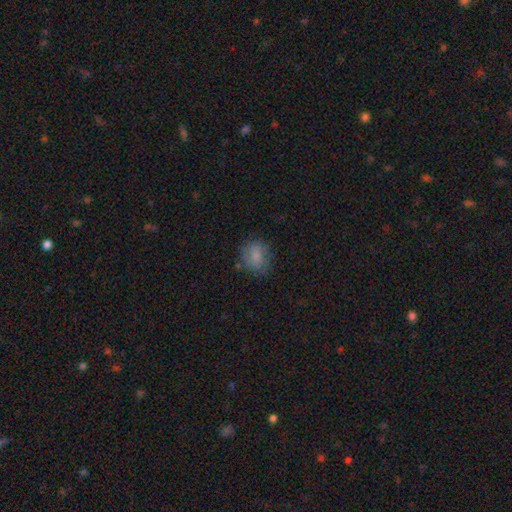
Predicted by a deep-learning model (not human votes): A smooth galaxy with no disk features (77%) that is round (61%). Merging: none (72%).